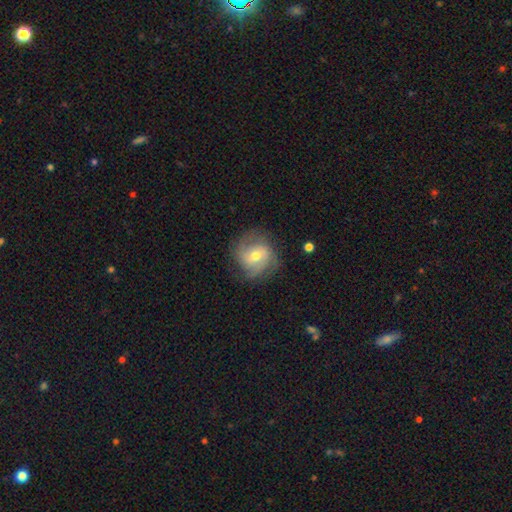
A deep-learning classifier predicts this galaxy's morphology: Smooth or featured? featured or disk (73%)
Edge-on disk? no (98%)
Bar? no (55%)
Spiral arms? yes (92%)
Spiral winding? tight (44%)
Spiral arm count? 2 (38%)
Bulge size? moderate (65%)
Merging? none (74%)